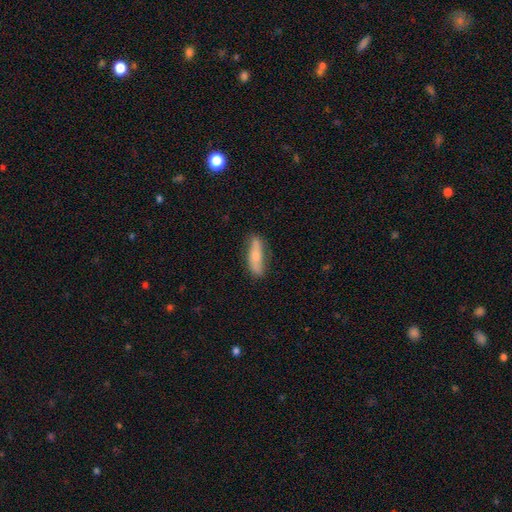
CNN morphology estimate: This is possibly a smooth galaxy (55%). How rounded: possibly cigar-shaped (58%). Merging: likely none (80%).